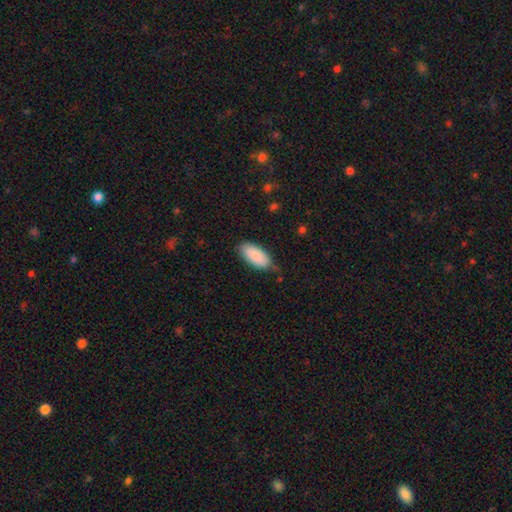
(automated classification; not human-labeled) Overall: smooth (88%). How rounded: in between (91%). Merging: none (71%).